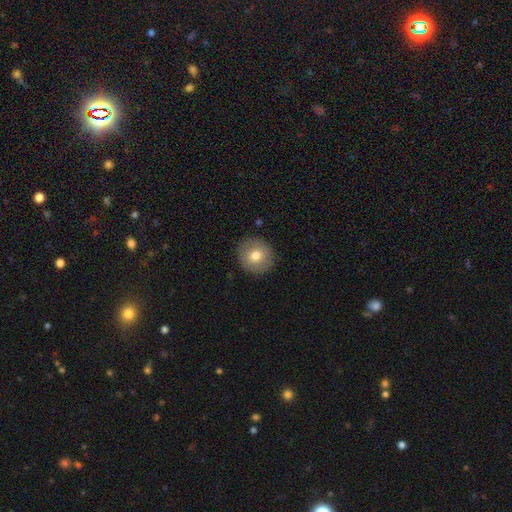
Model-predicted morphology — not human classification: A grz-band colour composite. It shows a smooth galaxy with no disk features (73%) that is round (91%). Merging: none (89%).